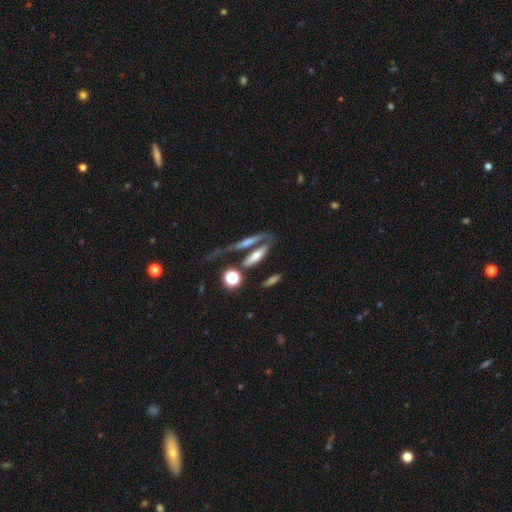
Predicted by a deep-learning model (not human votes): Smooth or featured: smooth — 55% (featured or disk — 35%)
How rounded: cigar-shaped — 57% (in between — 37%)
Merging: none — 45% (merger — 28%)